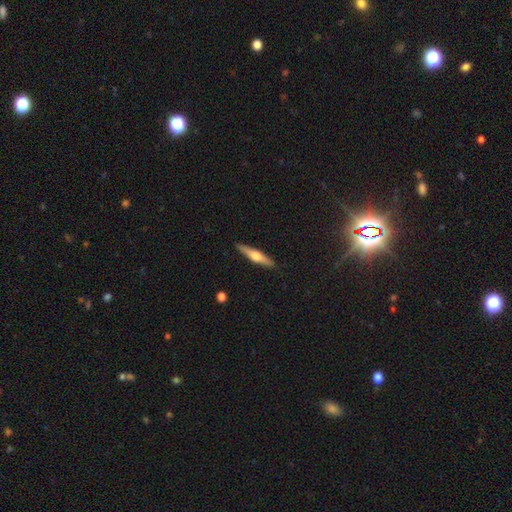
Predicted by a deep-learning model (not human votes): Smooth or featured: featured or disk — 58% (smooth — 37%)
Edge-on disk: yes — 96% (no — 4%)
Edge-on bulge: rounded — 90% (boxy — 6%)
Merging: none — 91% (minor disturbance — 7%)